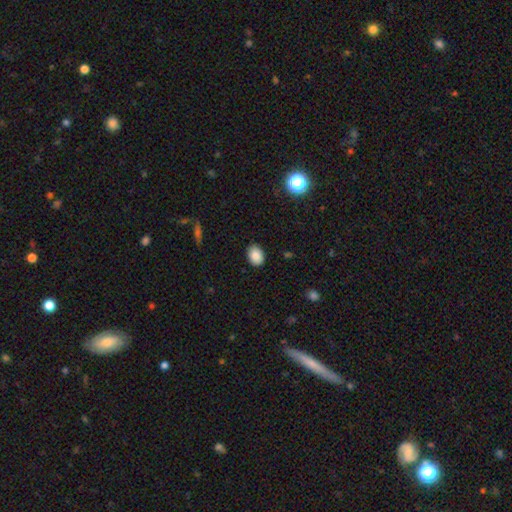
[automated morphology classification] The model was most divided on "how rounded": in between: 71%, round: 28%, cigar-shaped: 1%. More confident: merging — none (88%); smooth or featured — smooth (87%).